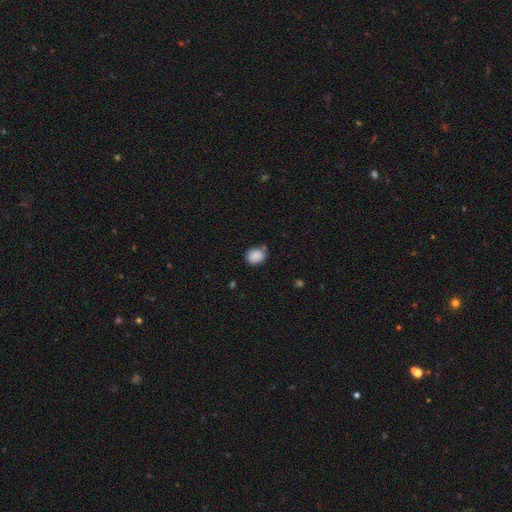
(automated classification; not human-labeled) Overall: smooth (88%). How rounded: round (59%; in between 40%). Merging: none (69%).